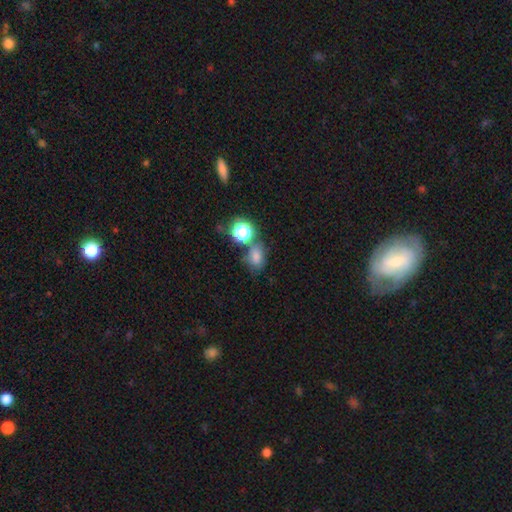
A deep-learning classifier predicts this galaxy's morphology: This appears to be a smooth galaxy with no disk features (68%) that is in between round and cigar-shaped (60%). Merging: none (51%).